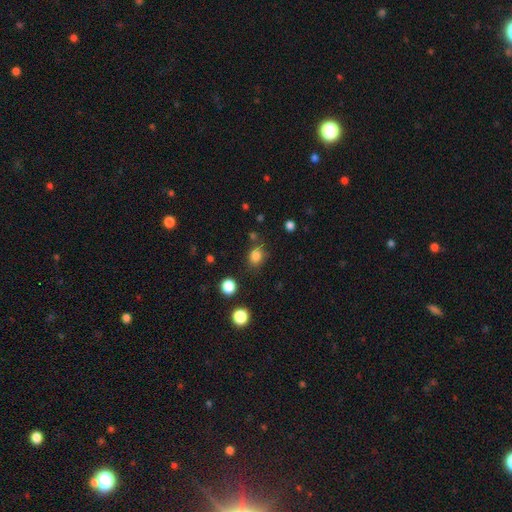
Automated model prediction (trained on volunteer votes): Smooth or featured?
  - smooth: 82% *
  - star or artifact: 13%
  - featured or disk: 5%
How rounded?
  - round: 60% *
  - in between: 39%
  - cigar-shaped: 1%
Merging?
  - none: 75% *
  - minor disturbance: 16%
  - major disturbance: 5%
  - merger: 5%